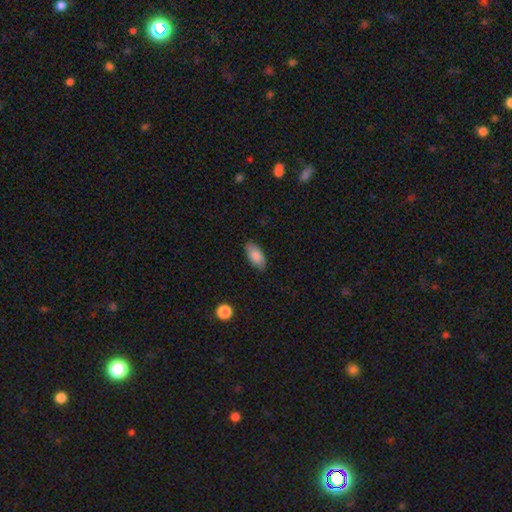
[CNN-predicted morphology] This is clearly a smooth galaxy (86%). How rounded: clearly in between (92%). Merging: clearly none (83%).